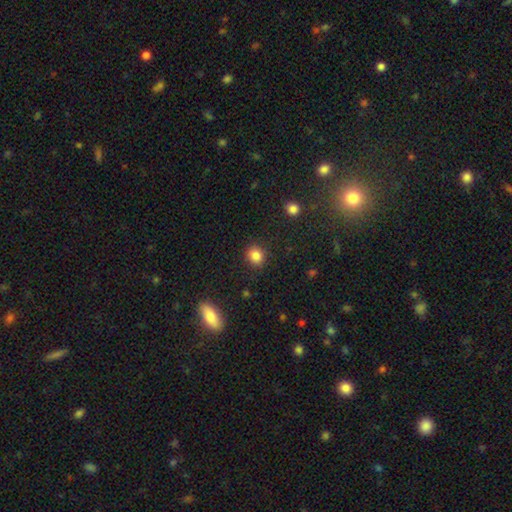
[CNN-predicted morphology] This is clearly a smooth galaxy (84%). How rounded: likely round (74%). Merging: clearly none (86%).